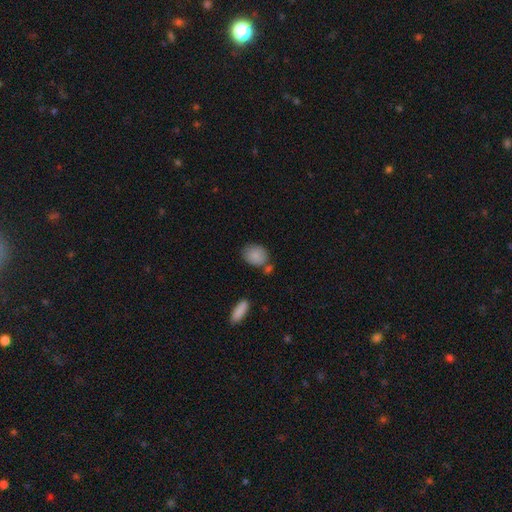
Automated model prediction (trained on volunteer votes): Smooth or featured: smooth — 87% (star or artifact — 7%)
How rounded: in between — 55% (round — 44%)
Merging: none — 63% (minor disturbance — 18%)